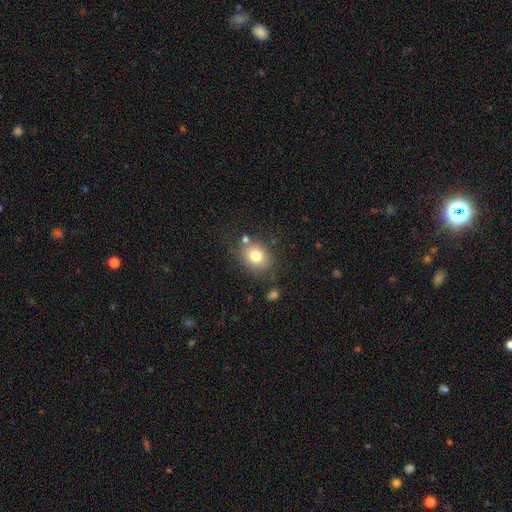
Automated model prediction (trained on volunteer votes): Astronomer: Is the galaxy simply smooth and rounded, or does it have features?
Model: smooth — 78%.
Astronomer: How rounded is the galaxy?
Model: round — 57% (runner-up: in between, 42%).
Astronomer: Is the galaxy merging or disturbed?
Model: none — 73%.